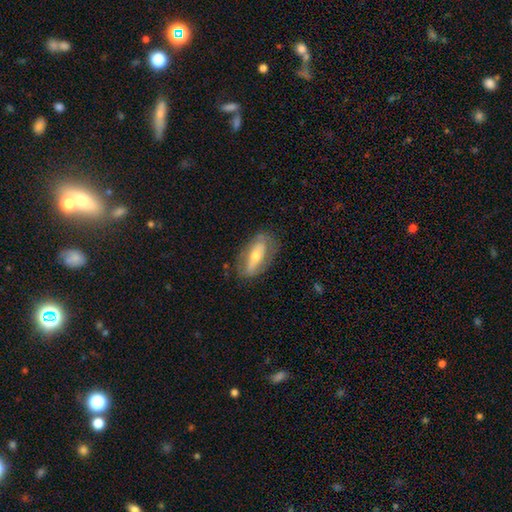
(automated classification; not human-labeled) Q: Smooth or featured?
A: featured or disk (54%); runner-up: smooth (40%)
Q: Edge-on disk?
A: no (75%); runner-up: yes (25%)
Q: Merging?
A: none (74%); runner-up: minor disturbance (17%)